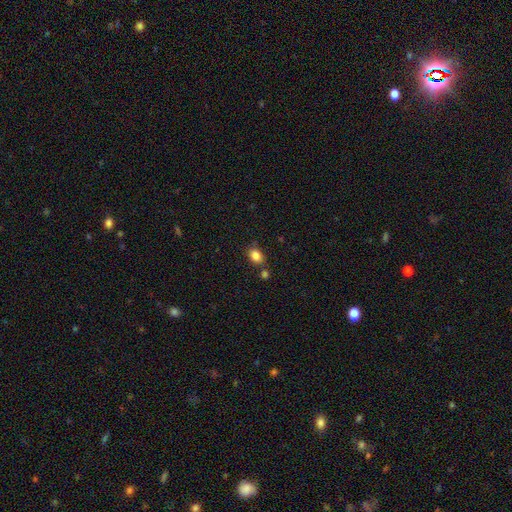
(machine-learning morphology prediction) A smooth galaxy with no disk features (84%) that is in between round and cigar-shaped (71%). Merging: none (71%).